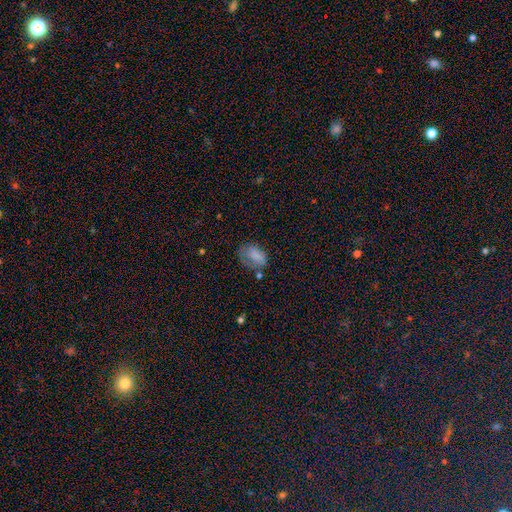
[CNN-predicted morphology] type=smooth (72%); roundness=in between (80%); merging=none (43%).